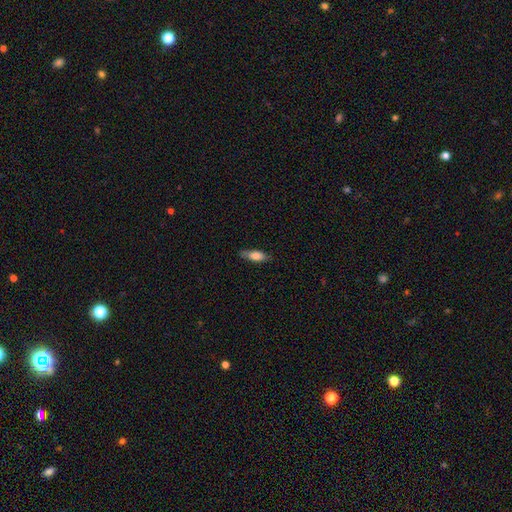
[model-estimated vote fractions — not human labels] Overall: smooth (74%). How rounded: in between (64%; cigar-shaped 33%). Merging: none (78%).